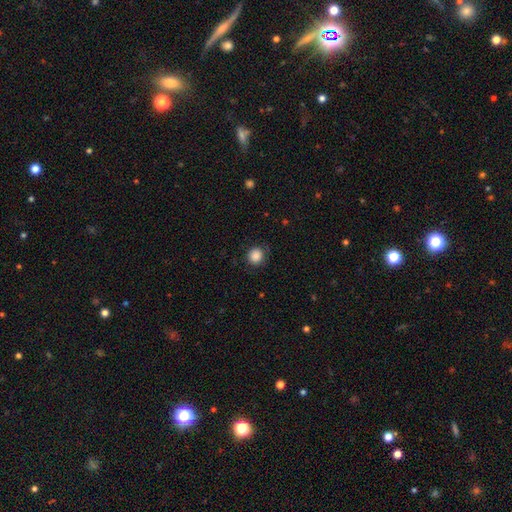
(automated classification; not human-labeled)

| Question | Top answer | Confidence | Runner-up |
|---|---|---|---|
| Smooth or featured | smooth | 87% | star or artifact (10%) |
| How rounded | round | 91% | in between (8%) |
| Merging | none | 85% | minor disturbance (10%) |